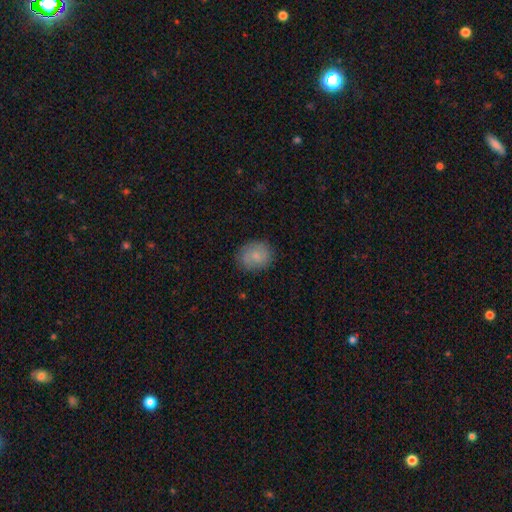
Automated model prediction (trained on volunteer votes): Morphology: type=smooth (74%); roundness=round (65%); merging=none (80%).